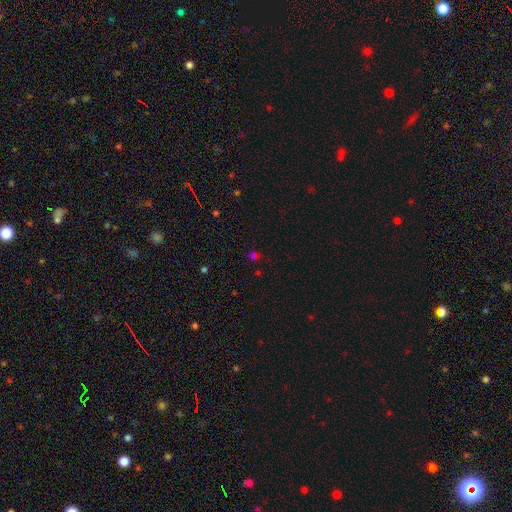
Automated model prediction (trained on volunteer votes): Smooth or featured: star or artifact — 51% (smooth — 41%)